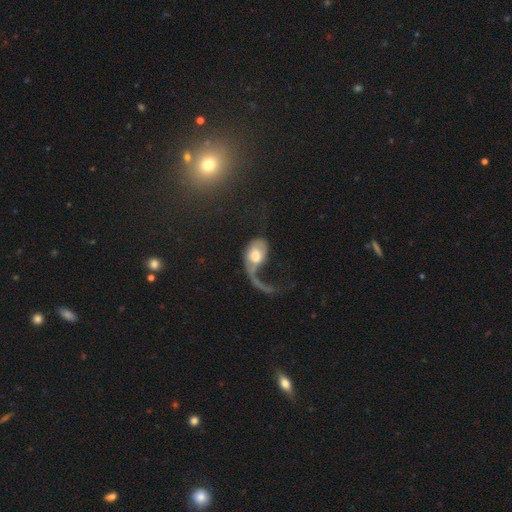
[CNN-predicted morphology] Smooth or featured?
  - featured or disk: 53% *
  - smooth: 40%
  - star or artifact: 7%
Edge-on disk?
  - no: 95% *
  - yes: 5%
Bar?
  - no: 74% *
  - weak: 21%
  - strong: 5%
Spiral arms?
  - yes: 67% *
  - no: 33%
Bulge size?
  - moderate: 39% *
  - large: 37%
  - small: 10%
  - dominant: 7%
  - none: 6%
Merging?
  - major disturbance: 67% *
  - none: 13%
  - minor disturbance: 11%
  - merger: 9%